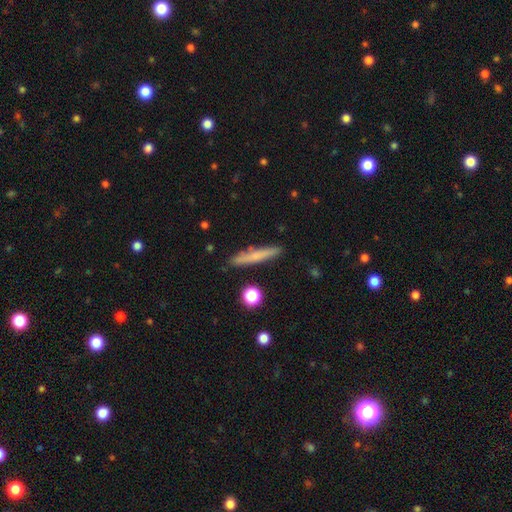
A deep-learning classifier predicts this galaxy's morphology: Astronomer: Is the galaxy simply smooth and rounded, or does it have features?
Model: smooth — 64%.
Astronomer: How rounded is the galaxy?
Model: cigar-shaped — 93%.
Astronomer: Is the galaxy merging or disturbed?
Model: none — 87%.